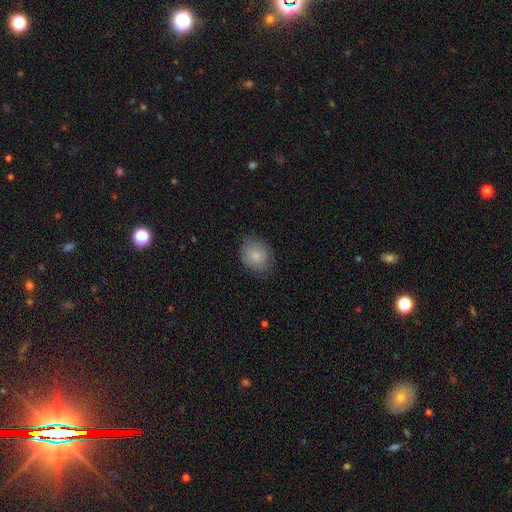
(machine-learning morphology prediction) The model was most divided on "how rounded": round: 51%, in between: 48%, cigar-shaped: 1%. More confident: smooth or featured — smooth (79%); merging — none (74%).